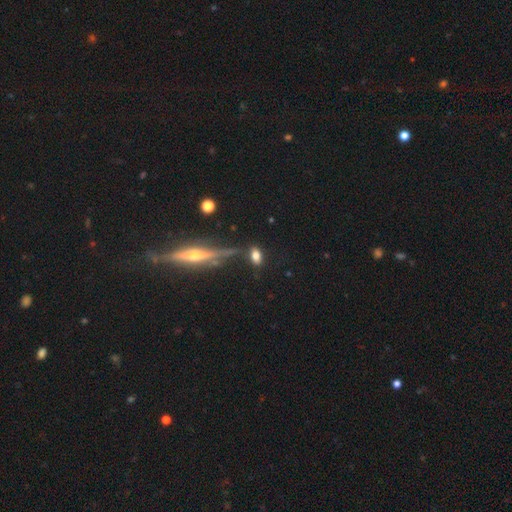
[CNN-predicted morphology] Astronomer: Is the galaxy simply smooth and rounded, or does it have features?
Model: smooth — 72%.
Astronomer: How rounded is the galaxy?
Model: in between — 81%.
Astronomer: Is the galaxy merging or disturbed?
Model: none — 70%.